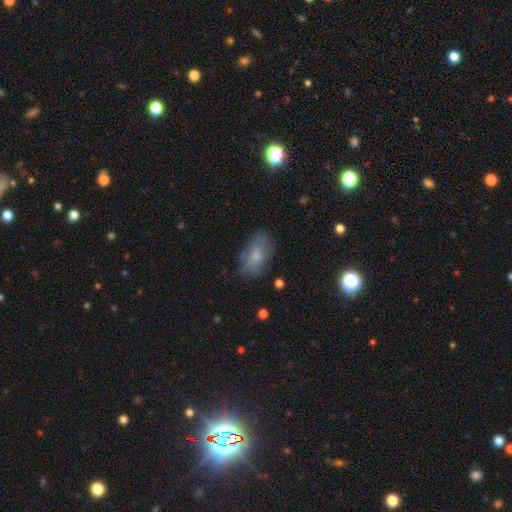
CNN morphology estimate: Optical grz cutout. It shows a smooth galaxy with no disk features (71%) that is in between round and cigar-shaped (90%). Merging: none (70%).